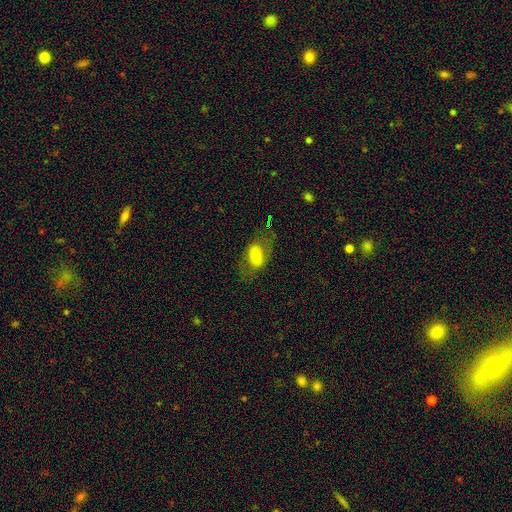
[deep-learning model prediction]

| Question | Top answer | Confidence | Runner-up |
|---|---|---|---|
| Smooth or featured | smooth | 62% | featured or disk (28%) |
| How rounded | in between | 86% | round (12%) |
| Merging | none | 60% | minor disturbance (20%) |